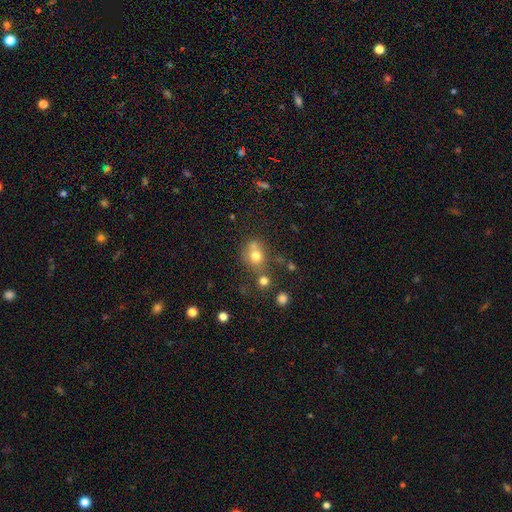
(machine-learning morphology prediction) Overall: smooth (72%). How rounded: round (65%; in between 33%). Merging: none (53%; merger 26%).